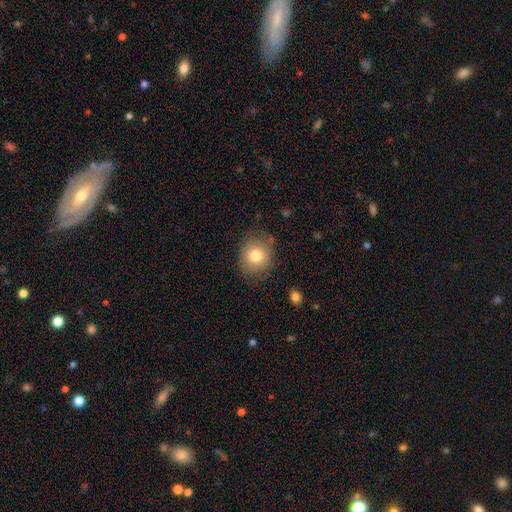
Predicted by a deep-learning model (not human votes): The model was most divided on "how rounded": round: 74%, in between: 26%, cigar-shaped: 1%. More confident: merging — none (80%); smooth or featured — smooth (79%).